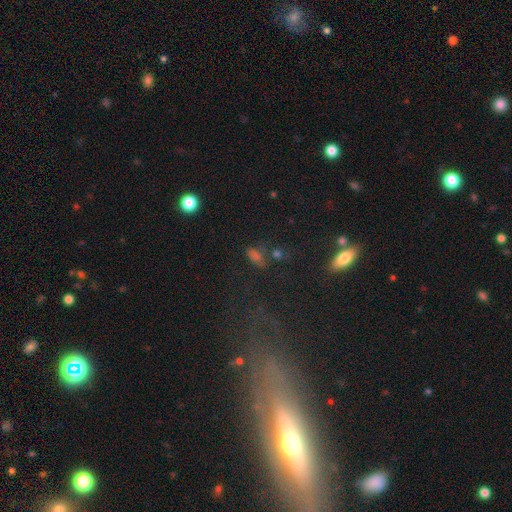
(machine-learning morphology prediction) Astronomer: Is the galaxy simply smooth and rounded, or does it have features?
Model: smooth — 58%.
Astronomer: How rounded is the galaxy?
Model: in between — 73%.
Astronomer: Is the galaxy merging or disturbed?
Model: none — 58%.